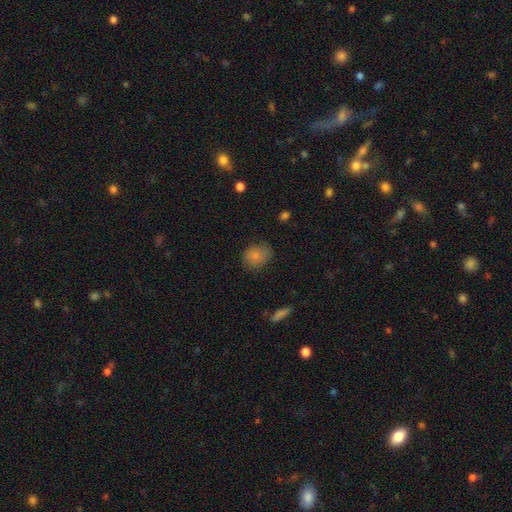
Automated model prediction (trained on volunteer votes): Smooth or featured? Predicted: smooth (p=0.81). How rounded? Predicted: round (p=0.57). Merging? Predicted: none (p=0.76).